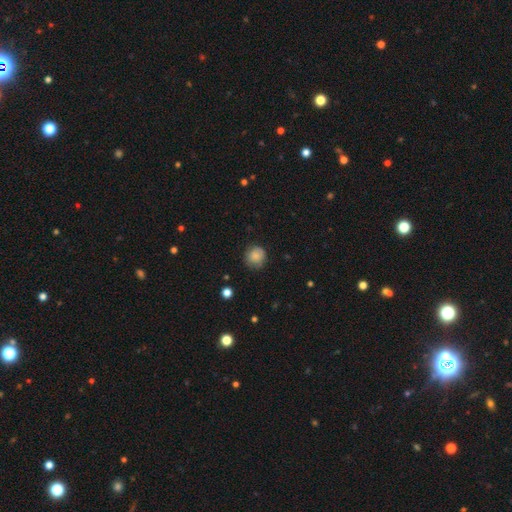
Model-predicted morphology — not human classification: A smooth galaxy with no disk features (81%) that is round (87%). Merging: none (73%).